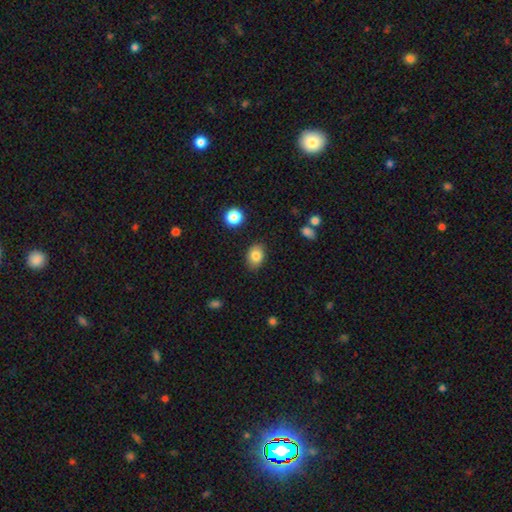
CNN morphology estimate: This is clearly a smooth galaxy (84%). How rounded: likely in between (74%). Merging: clearly none (85%).